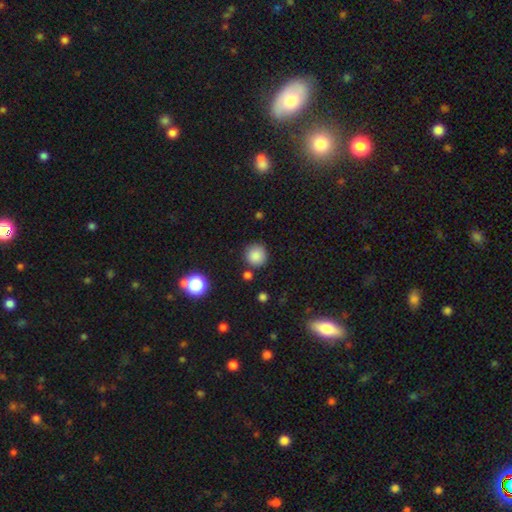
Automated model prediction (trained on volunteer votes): Smooth or featured? smooth (85%)
How rounded? round (94%)
Merging? none (85%)